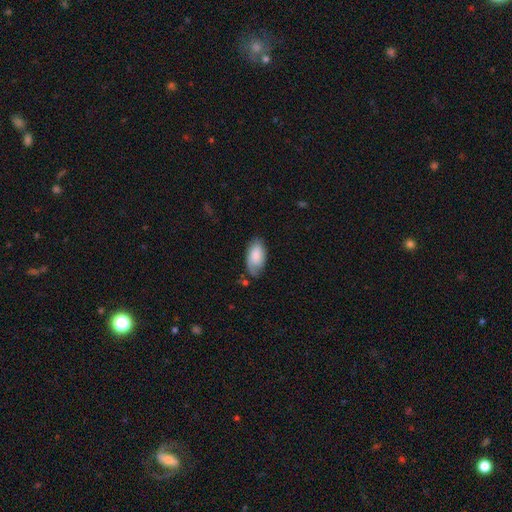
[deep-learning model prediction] Overall: smooth (77%). How rounded: in between (94%). Merging: none (60%; minor disturbance 29%).